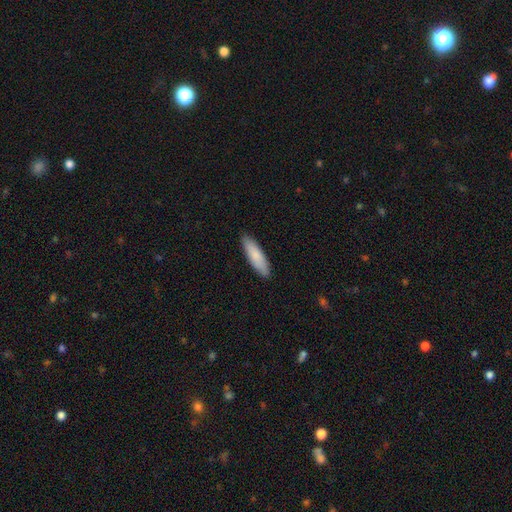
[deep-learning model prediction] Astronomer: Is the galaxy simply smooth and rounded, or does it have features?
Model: smooth — 84%.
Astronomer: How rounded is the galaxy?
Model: cigar-shaped — 59% (runner-up: in between, 40%).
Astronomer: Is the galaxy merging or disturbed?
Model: none — 89%.